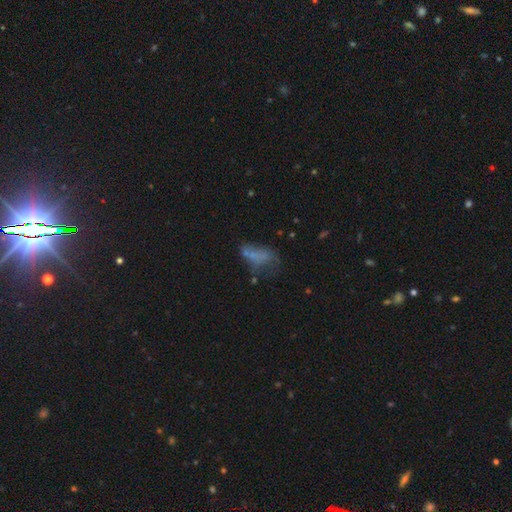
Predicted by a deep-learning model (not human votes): A smooth galaxy with no disk features (51%) that is in between round and cigar-shaped (79%).

Vote fractions:
- Smooth or featured? smooth: 51% / featured or disk: 32% / star or artifact: 17%
- How rounded? in between: 79% / cigar-shaped: 13% / round: 8%
- Merging? major disturbance: 32% / none: 29% / minor disturbance: 21% / merger: 18%